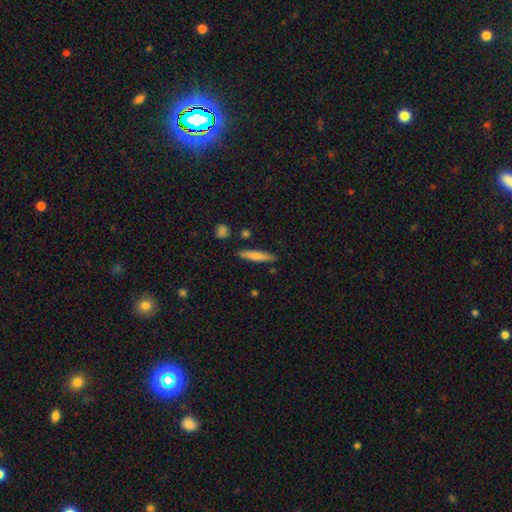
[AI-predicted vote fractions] Smooth or featured? smooth (75%)
How rounded? cigar-shaped (89%)
Merging? none (86%)